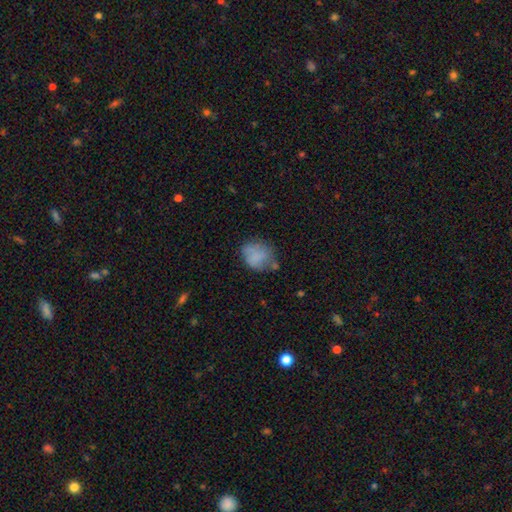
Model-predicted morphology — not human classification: Overall: smooth (76%). How rounded: round (54%; in between 45%). Merging: none (47%; minor disturbance 32%).